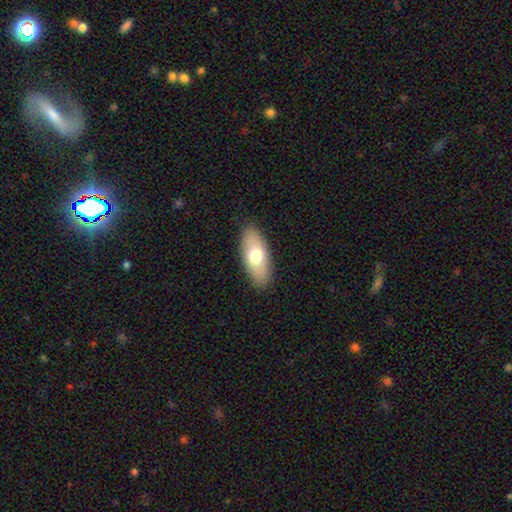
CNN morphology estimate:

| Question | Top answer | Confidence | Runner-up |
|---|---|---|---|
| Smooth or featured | smooth | 69% | featured or disk (24%) |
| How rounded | in between | 86% | cigar-shaped (11%) |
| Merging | none | 87% | minor disturbance (10%) |